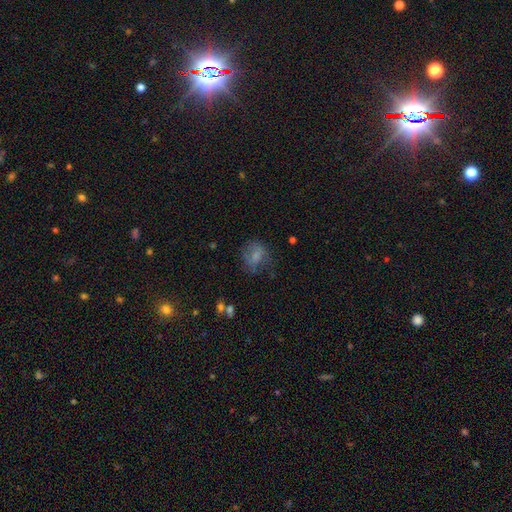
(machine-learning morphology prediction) A smooth galaxy with no disk features (66%) that is in between round and cigar-shaped (50%). Merging: none (54%).